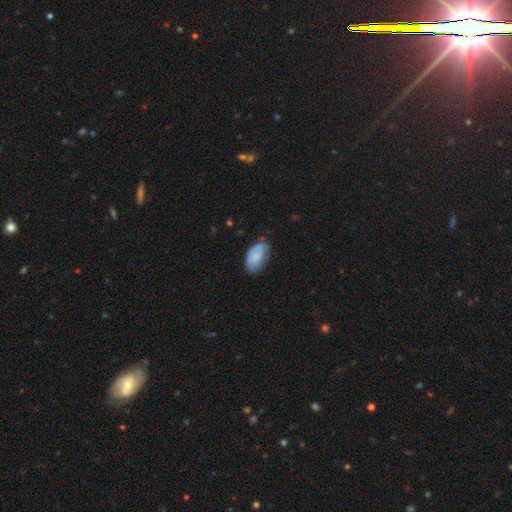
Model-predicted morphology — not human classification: smooth-or-featured: smooth: 76% | featured or disk: 17% | star or artifact: 7%
  how-rounded: in between: 94% | round: 4% | cigar-shaped: 2%
  merging: none: 62% | minor disturbance: 29% | major disturbance: 7% | merger: 2%